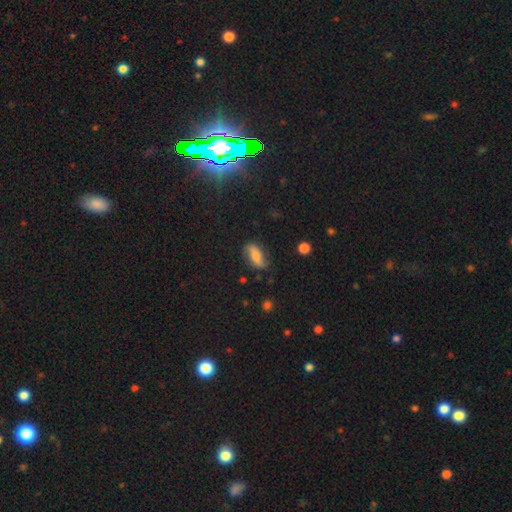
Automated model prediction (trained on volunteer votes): Q: Smooth or featured?
A: smooth (57%); runner-up: featured or disk (34%)
Q: How rounded?
A: in between (79%); runner-up: cigar-shaped (16%)
Q: Merging?
A: none (71%); runner-up: minor disturbance (21%)